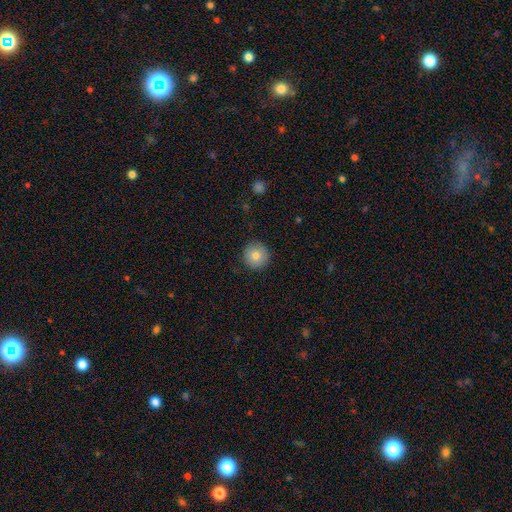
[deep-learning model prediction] Smooth or featured: smooth — 80% (featured or disk — 11%)
How rounded: round — 96% (in between — 3%)
Merging: none — 91% (minor disturbance — 6%)